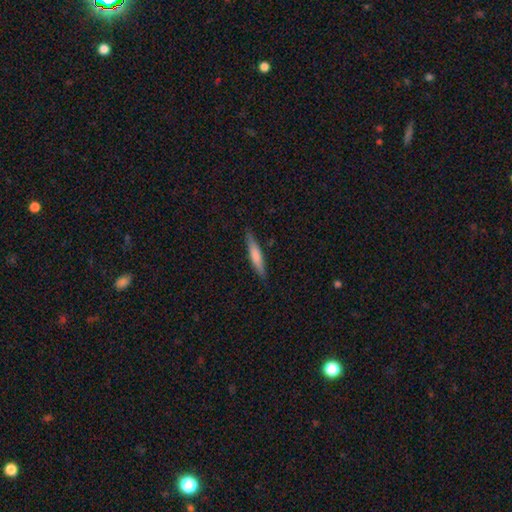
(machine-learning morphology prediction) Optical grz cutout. It shows a smooth galaxy with no disk features (67%) that is cigar-shaped (89%). Merging: none (86%).